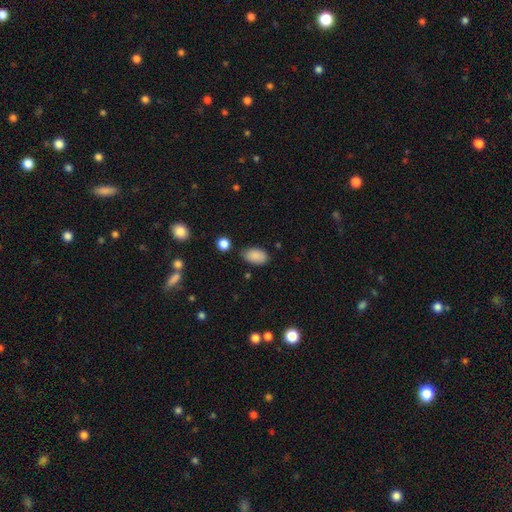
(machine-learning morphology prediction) This appears to be a smooth galaxy with no disk features (88%) that is in between round and cigar-shaped (92%). Merging: none (75%).